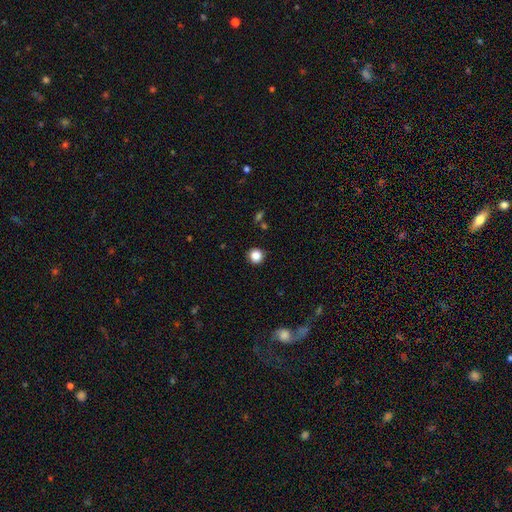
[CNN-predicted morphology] This is clearly a smooth galaxy (86%). How rounded: clearly round (94%). Merging: clearly none (91%).